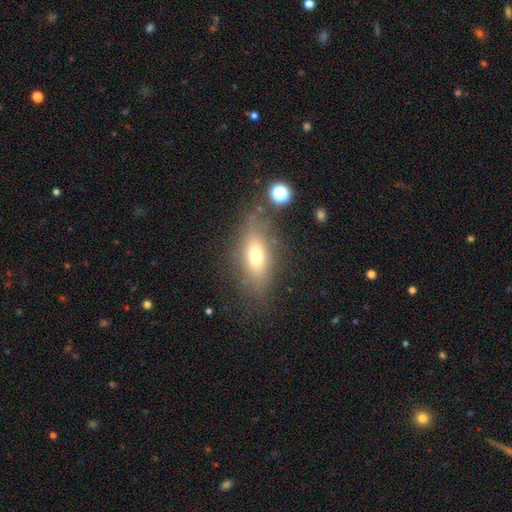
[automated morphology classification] This appears to be a smooth galaxy with no disk features (65%) that is in between round and cigar-shaped (72%). Merging: none (69%).